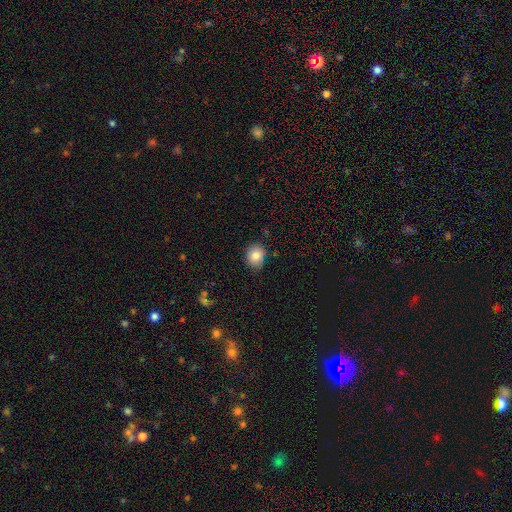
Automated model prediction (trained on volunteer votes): This appears to be a smooth galaxy with no disk features (82%) that is round (61%). Merging: none (78%).